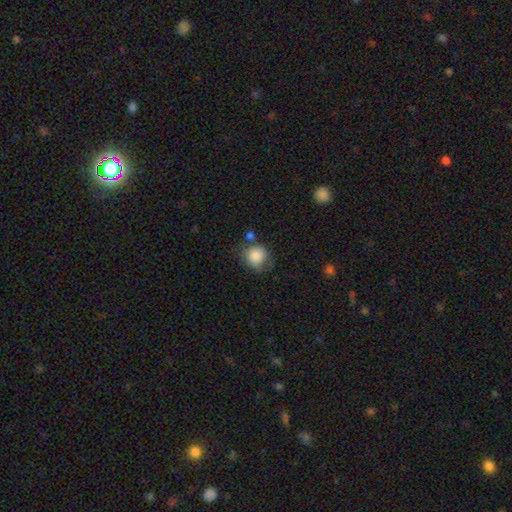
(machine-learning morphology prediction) smooth-or-featured: smooth: 85% | star or artifact: 8% | featured or disk: 7%
  how-rounded: round: 82% | in between: 17% | cigar-shaped: 1%
  merging: none: 55% | minor disturbance: 26% | merger: 10% | major disturbance: 9%